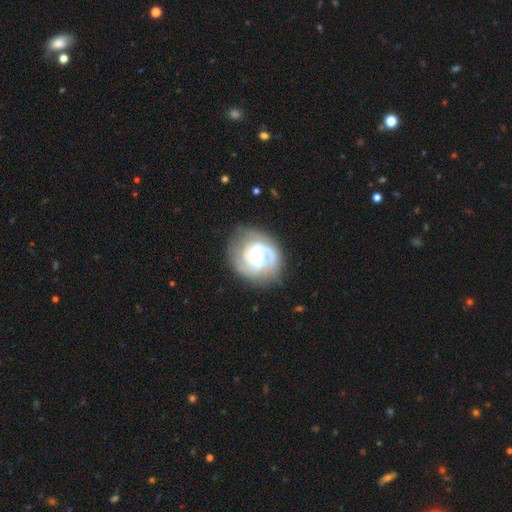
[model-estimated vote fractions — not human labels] Q: Smooth or featured?
A: featured or disk (86%); runner-up: smooth (9%)
Q: Edge-on disk?
A: no (98%); runner-up: yes (2%)
Q: Bar?
A: no (61%); runner-up: weak (33%)
Q: Spiral arms?
A: yes (97%); runner-up: no (3%)
Q: Spiral winding?
A: tight (56%); runner-up: medium (36%)
Q: Spiral arm count?
A: 2 (55%); runner-up: 3 (14%)
Q: Bulge size?
A: small (53%); runner-up: moderate (40%)
Q: Merging?
A: none (75%); runner-up: minor disturbance (16%)